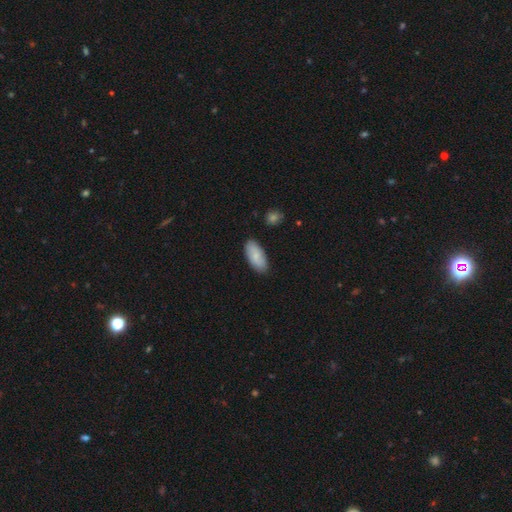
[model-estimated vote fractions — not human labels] This is clearly a smooth galaxy (81%). How rounded: clearly in between (92%). Merging: clearly none (84%).